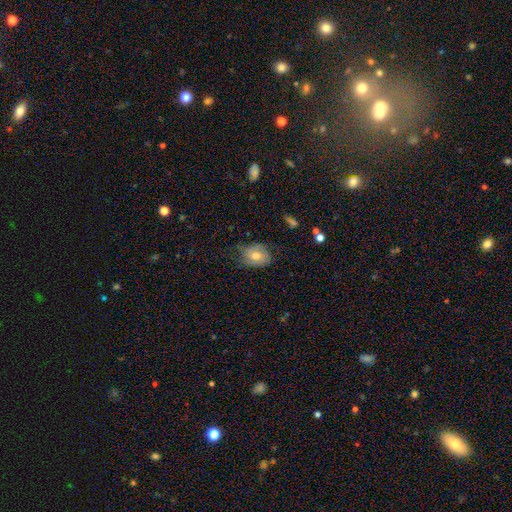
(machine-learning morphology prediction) Smooth or featured?
  - smooth: 51% *
  - featured or disk: 38%
  - star or artifact: 11%
How rounded?
  - in between: 66% *
  - round: 32%
  - cigar-shaped: 1%
Merging?
  - none: 64% *
  - minor disturbance: 27%
  - major disturbance: 8%
  - merger: 1%